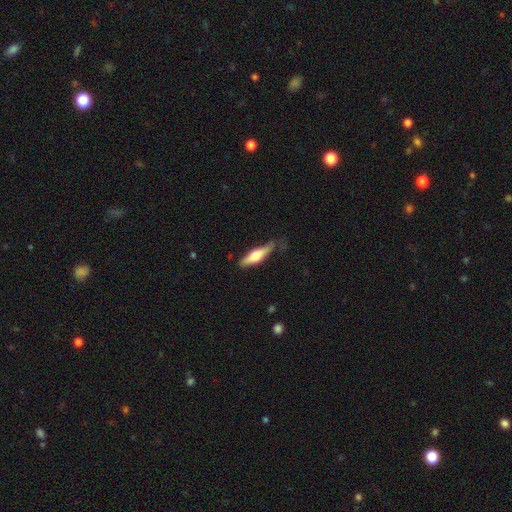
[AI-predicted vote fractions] Morphology: type=smooth (50%); roundness=cigar-shaped (67%); merging=none (69%).